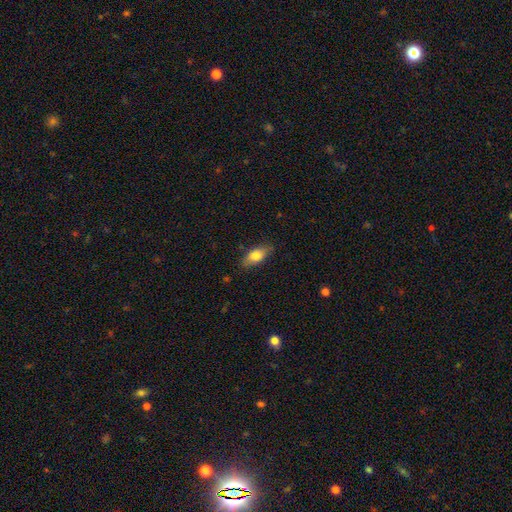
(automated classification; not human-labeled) The model was most divided on "smooth or featured": smooth: 77%, featured or disk: 16%, star or artifact: 7%. More confident: how rounded — in between (84%); merging — none (79%).